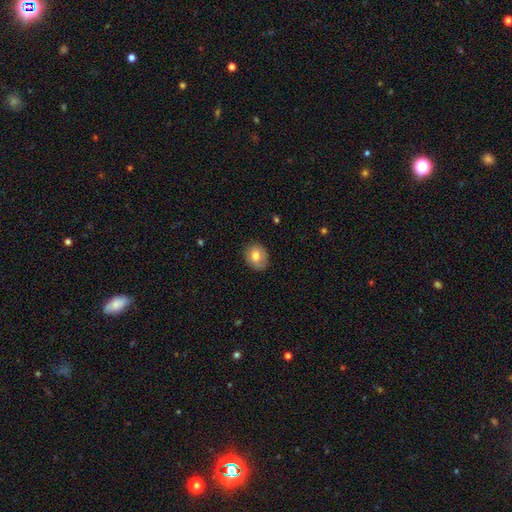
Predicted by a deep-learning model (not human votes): Q: Smooth or featured?
A: smooth (74%); runner-up: featured or disk (18%)
Q: How rounded?
A: round (53%); runner-up: in between (46%)
Q: Merging?
A: none (80%); runner-up: minor disturbance (15%)